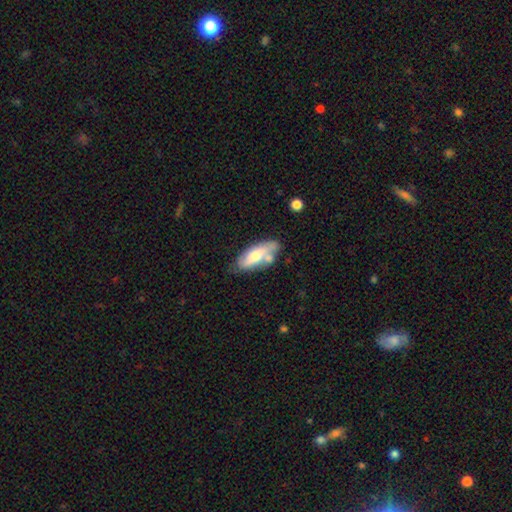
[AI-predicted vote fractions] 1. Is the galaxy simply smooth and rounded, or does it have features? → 55% smooth, 39% featured or disk, 6% star or artifact.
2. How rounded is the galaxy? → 72% in between, 25% cigar-shaped, 2% round.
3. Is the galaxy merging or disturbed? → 52% none, 24% minor disturbance, 17% merger, 7% major disturbance.